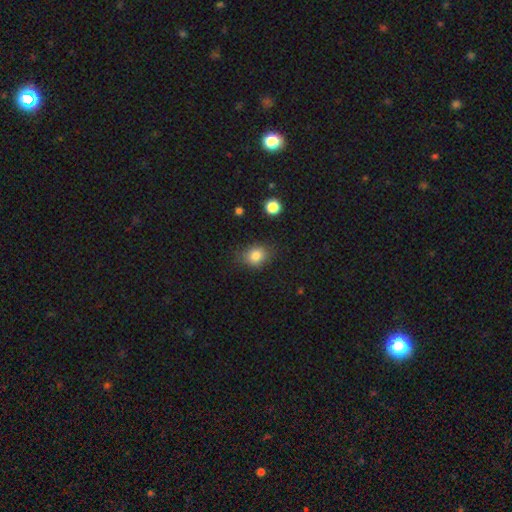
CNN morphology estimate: Smooth or featured?
  - smooth: 83% *
  - star or artifact: 10%
  - featured or disk: 7%
How rounded?
  - in between: 50% *
  - round: 49%
  - cigar-shaped: 1%
Merging?
  - none: 78% *
  - minor disturbance: 17%
  - major disturbance: 4%
  - merger: 2%